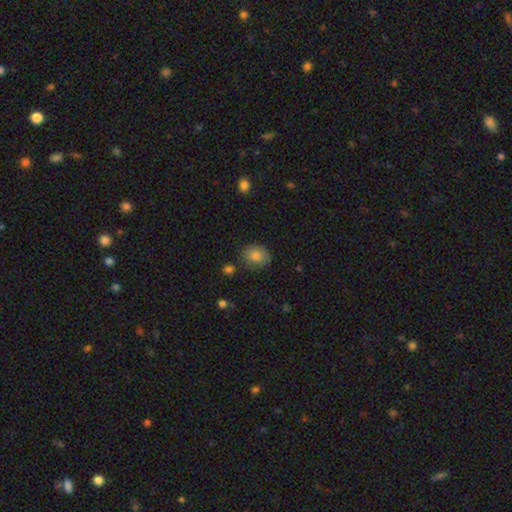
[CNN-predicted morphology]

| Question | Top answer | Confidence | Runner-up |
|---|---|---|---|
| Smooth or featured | smooth | 82% | star or artifact (9%) |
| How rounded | round | 54% | in between (45%) |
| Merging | none | 76% | minor disturbance (17%) |